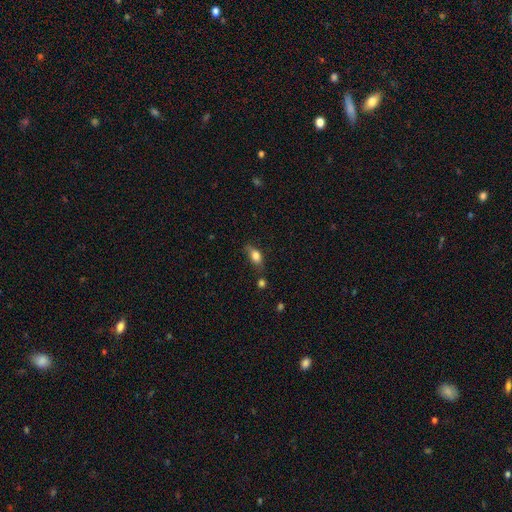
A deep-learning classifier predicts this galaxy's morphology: smooth 79%, featured or disk 12%, star or artifact 8%. Down the decision tree: how rounded — in between (82%); merging — none (56%).